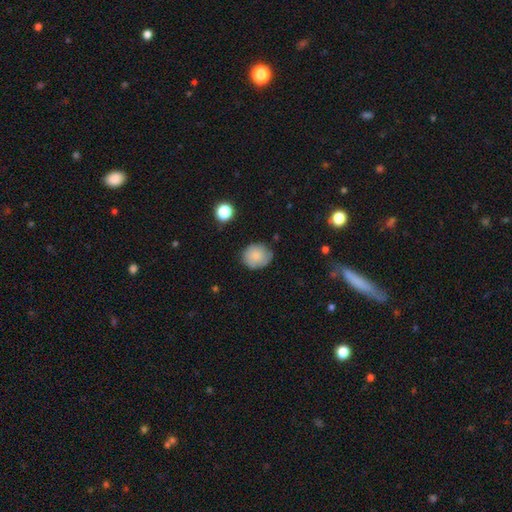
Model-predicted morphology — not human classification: smooth_or_featured: smooth (p=0.83) [alt: featured or disk p=0.09]
how_rounded: round (p=0.74) [alt: in between p=0.25]
merging: none (p=0.75) [alt: minor disturbance p=0.19]